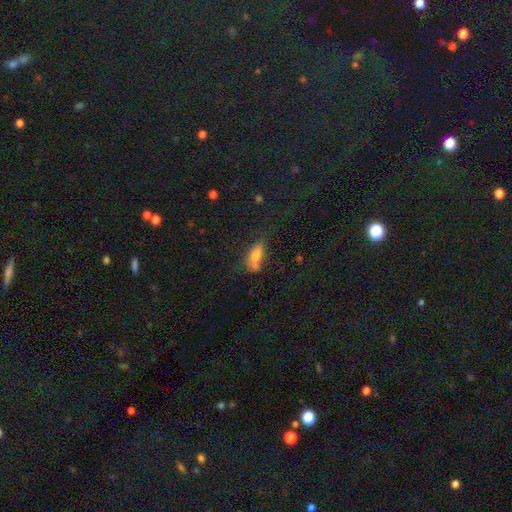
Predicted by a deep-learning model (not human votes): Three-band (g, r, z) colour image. It shows a smooth galaxy with no disk features (71%) that is in between round and cigar-shaped (78%). Merging: none (47%).